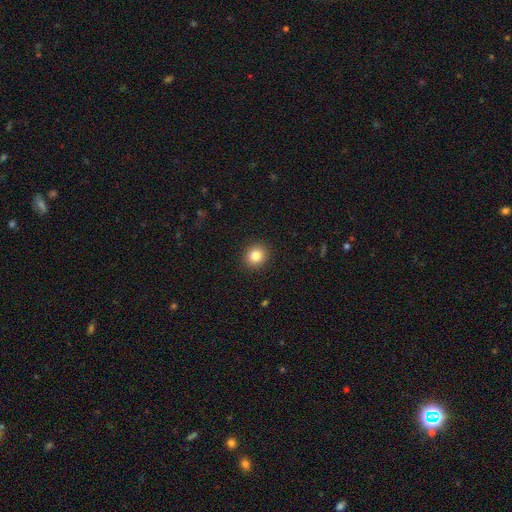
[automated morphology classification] Q: Smooth or featured?
A: smooth (83%); runner-up: star or artifact (10%)
Q: How rounded?
A: round (85%); runner-up: in between (14%)
Q: Merging?
A: none (92%); runner-up: minor disturbance (5%)